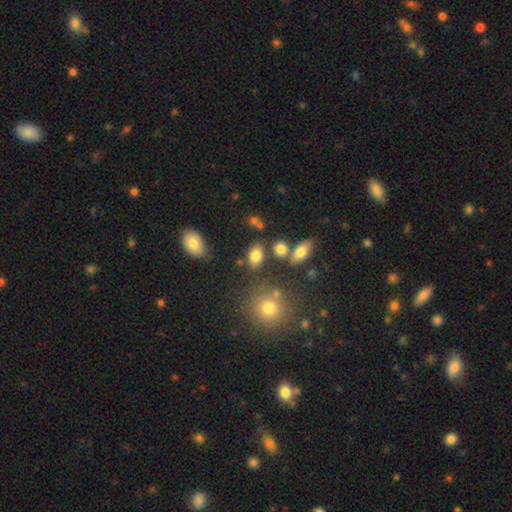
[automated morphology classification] A smooth galaxy with no disk features (79%) that is in between round and cigar-shaped (83%). Merging: none (70%).